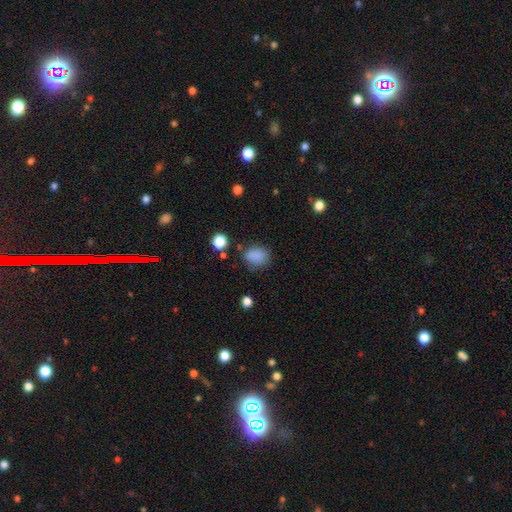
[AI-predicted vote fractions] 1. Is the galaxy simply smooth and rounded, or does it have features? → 83% smooth, 12% star or artifact, 5% featured or disk.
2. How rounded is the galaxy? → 56% in between, 43% round, 1% cigar-shaped.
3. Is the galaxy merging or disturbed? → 71% none, 19% minor disturbance, 6% major disturbance, 3% merger.